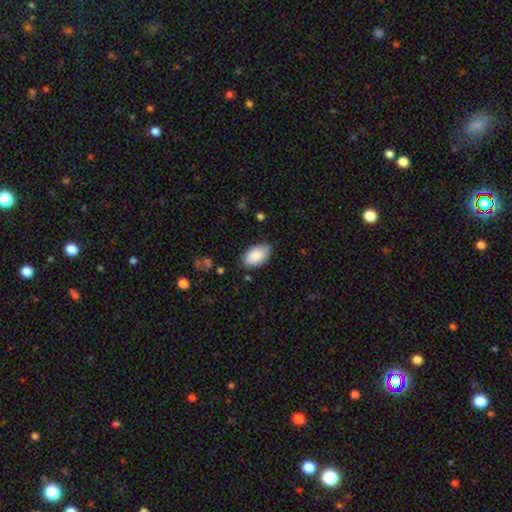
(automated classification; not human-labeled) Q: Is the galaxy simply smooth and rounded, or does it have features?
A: smooth — 88%.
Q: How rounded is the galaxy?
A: in between — 95%.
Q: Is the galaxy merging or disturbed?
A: none — 79%.